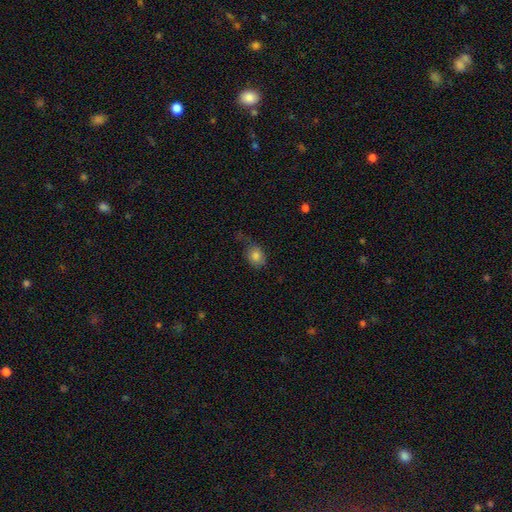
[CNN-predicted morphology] smooth-or-featured: smooth: 83% | star or artifact: 10% | featured or disk: 7%
  how-rounded: in between: 57% | round: 42% | cigar-shaped: 1%
  merging: none: 55% | minor disturbance: 29% | major disturbance: 13% | merger: 4%